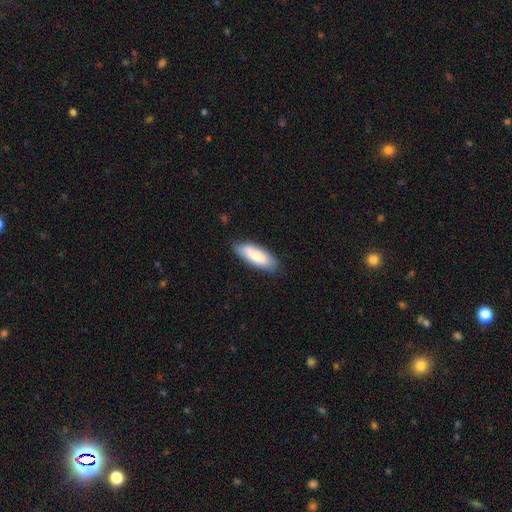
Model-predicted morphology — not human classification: smooth_or_featured: smooth (p=0.83) [alt: featured or disk p=0.12]
how_rounded: in between (p=0.64) [alt: cigar-shaped p=0.34]
merging: none (p=0.82) [alt: minor disturbance p=0.14]